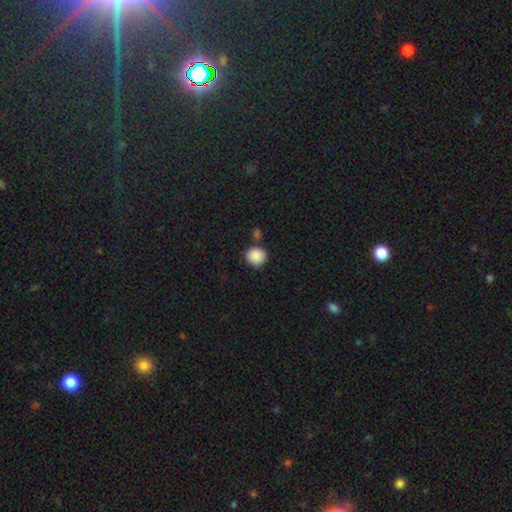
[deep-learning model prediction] A smooth galaxy with no disk features (89%) that is round (89%). Merging: none (79%).